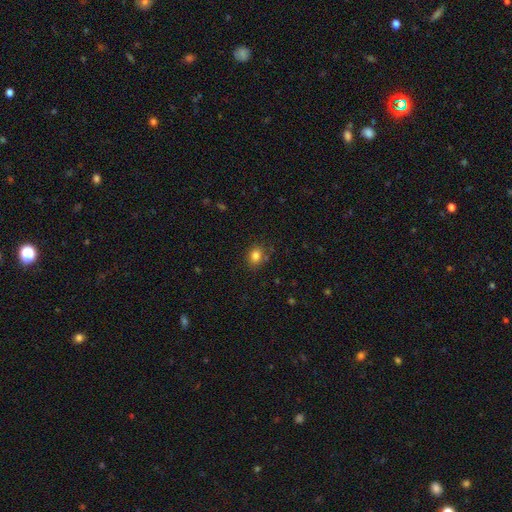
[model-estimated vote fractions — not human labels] smooth_or_featured: smooth (p=0.82) [alt: star or artifact p=0.12]
how_rounded: round (p=0.52) [alt: in between p=0.47]
merging: none (p=0.78) [alt: minor disturbance p=0.14]